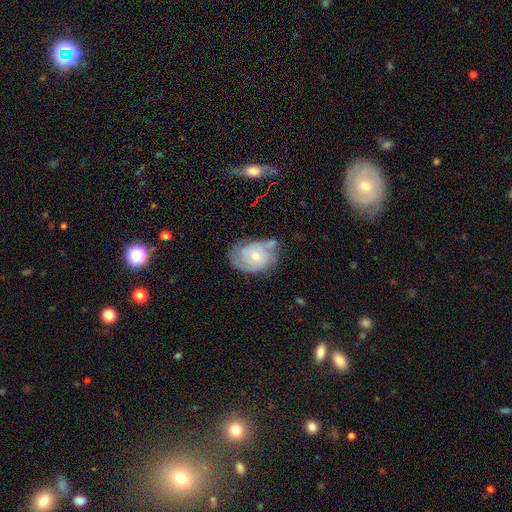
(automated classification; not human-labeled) Smooth or featured?
  - featured or disk: 71% *
  - smooth: 22%
  - star or artifact: 6%
Edge-on disk?
  - no: 97% *
  - yes: 3%
Bar?
  - no: 76% *
  - weak: 21%
  - strong: 3%
Spiral arms?
  - yes: 90% *
  - no: 10%
Spiral winding?
  - tight: 54% *
  - medium: 35%
  - loose: 12%
Spiral arm count?
  - 2: 41% *
  - can't tell: 28%
  - 3: 17%
  - 1: 6%
  - 4: 4%
  - more than 4: 3%
Bulge size?
  - small: 56% *
  - moderate: 39%
  - large: 2%
  - none: 2%
  - dominant: 1%
Merging?
  - none: 54% *
  - minor disturbance: 28%
  - major disturbance: 12%
  - merger: 6%